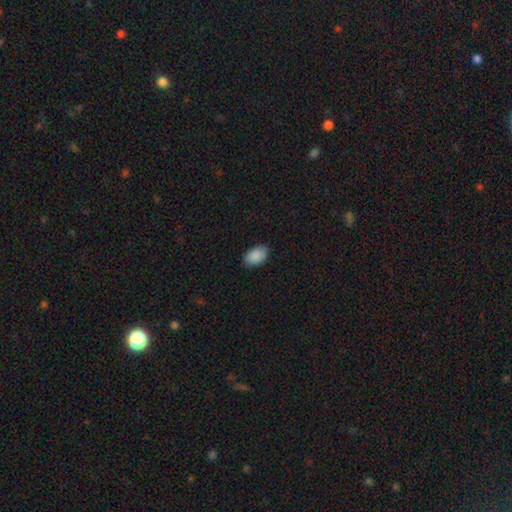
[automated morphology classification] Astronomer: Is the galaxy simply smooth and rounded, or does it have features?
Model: smooth — 89%.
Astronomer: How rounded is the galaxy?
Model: in between — 90%.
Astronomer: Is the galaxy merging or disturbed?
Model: none — 84%.